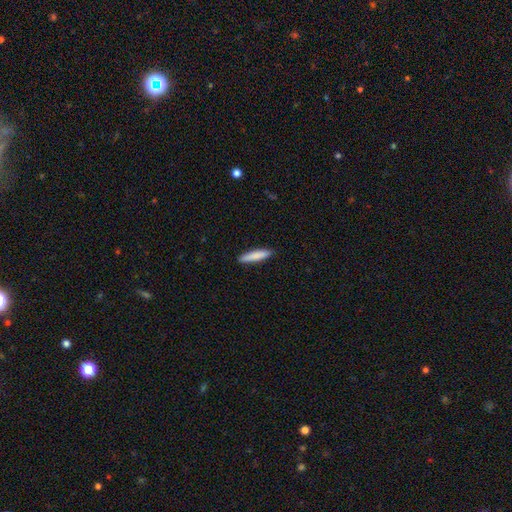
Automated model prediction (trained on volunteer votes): A smooth galaxy with no disk features (85%) that is cigar-shaped (87%).

Vote fractions:
- Smooth or featured? smooth: 85% / featured or disk: 10% / star or artifact: 5%
- How rounded? cigar-shaped: 87% / in between: 12% / round: 1%
- Merging? none: 90% / minor disturbance: 7% / major disturbance: 1% / merger: 1%